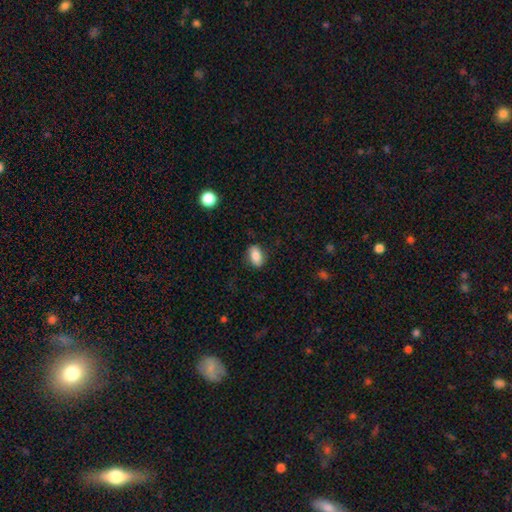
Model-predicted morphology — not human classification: Smooth or featured? smooth (82%)
How rounded? in between (88%)
Merging? none (80%)